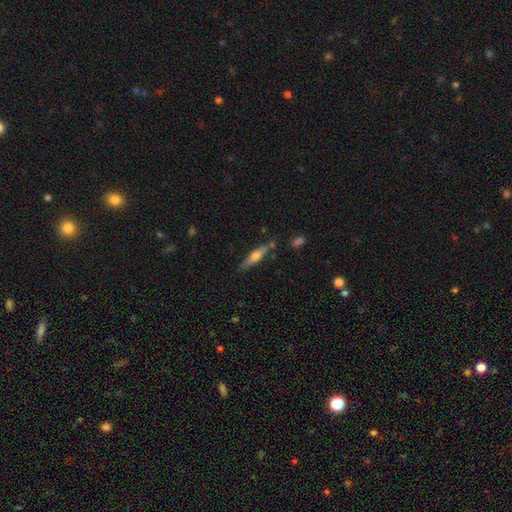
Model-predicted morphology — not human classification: type=featured or disk (49%); merging=none (77%).